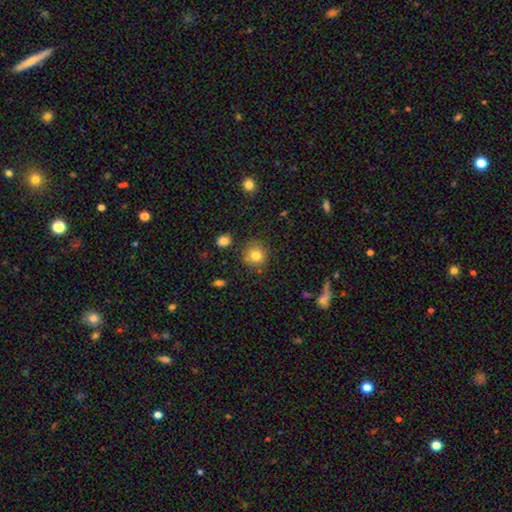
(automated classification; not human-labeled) smooth_or_featured: smooth (p=0.80) [alt: star or artifact p=0.12]
how_rounded: round (p=0.90) [alt: in between p=0.09]
merging: none (p=0.83) [alt: minor disturbance p=0.10]